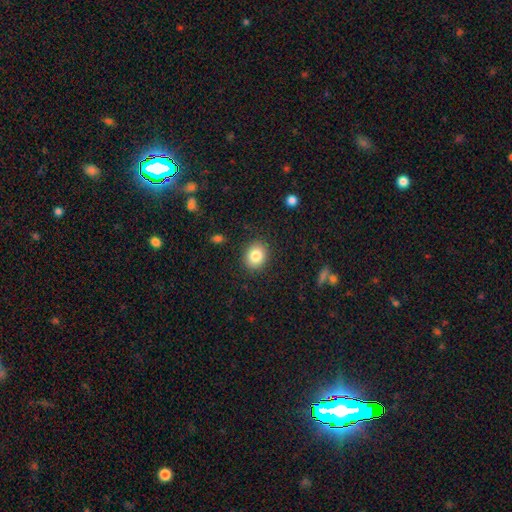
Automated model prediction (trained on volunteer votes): This appears to be a smooth galaxy with no disk features (83%) that is round (65%). Merging: none (89%).